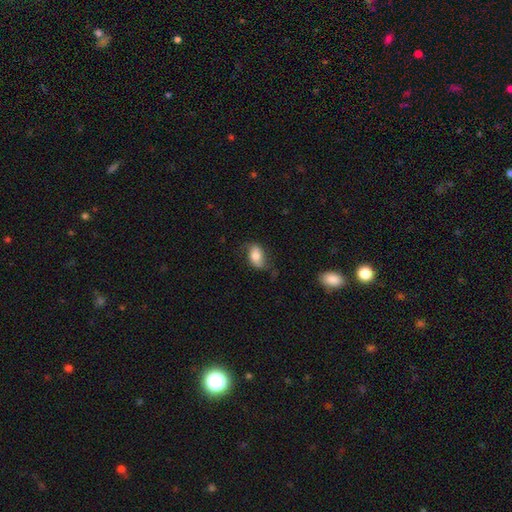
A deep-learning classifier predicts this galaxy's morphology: Smooth or featured? Predicted: smooth (p=0.64). How rounded? Predicted: in between (p=0.88). Merging? Predicted: none (p=0.59).